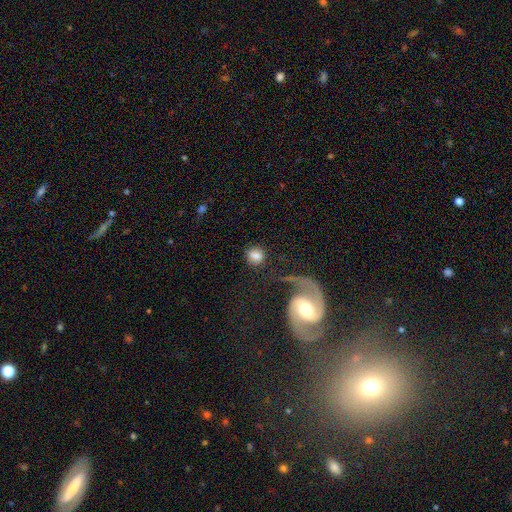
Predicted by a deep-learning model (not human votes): This appears to be a smooth galaxy with no disk features (74%) that is round (70%). Merging: none (65%).